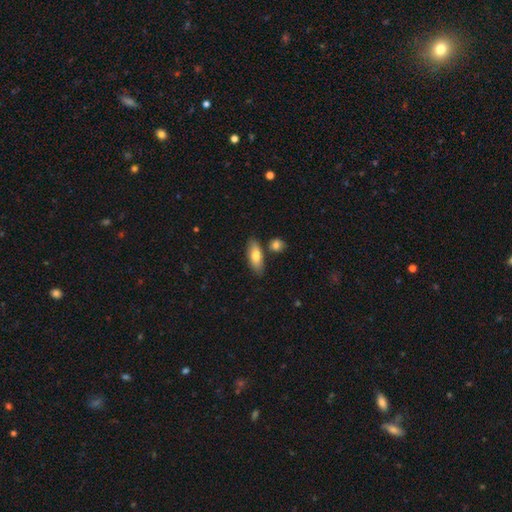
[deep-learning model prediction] Morphology: type=smooth (74%); roundness=in between (74%); merging=none (78%).